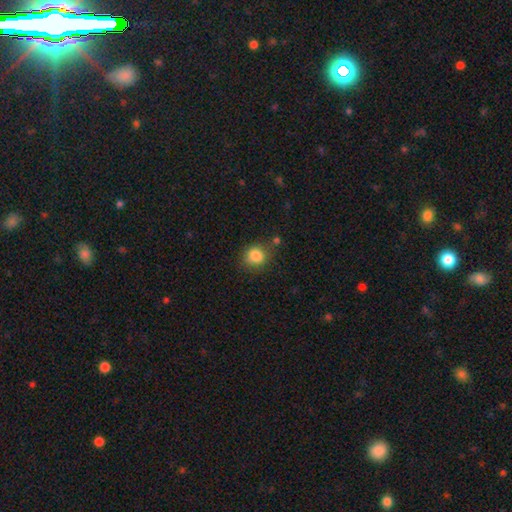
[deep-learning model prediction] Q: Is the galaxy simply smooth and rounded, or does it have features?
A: smooth — 84%.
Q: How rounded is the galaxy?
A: round — 77%.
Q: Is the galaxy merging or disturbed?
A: none — 73%.